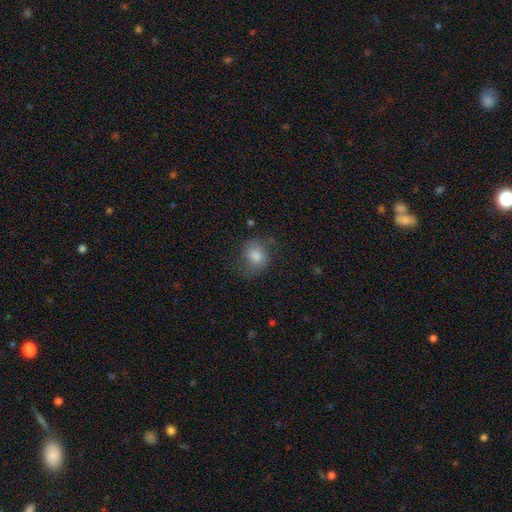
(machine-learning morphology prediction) This appears to be a smooth galaxy with no disk features (72%) that is round (63%). Merging: none (63%).